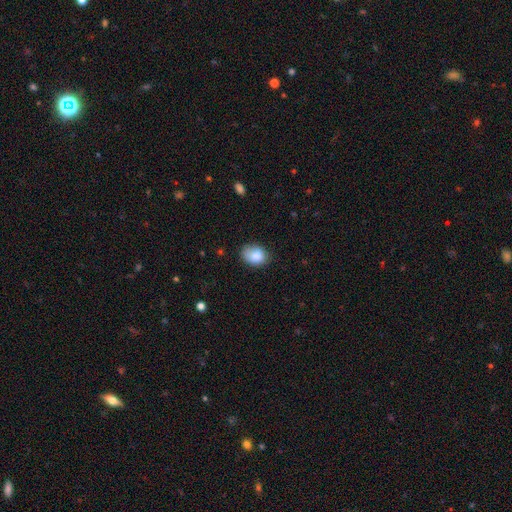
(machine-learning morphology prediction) smooth-or-featured: smooth: 85% | star or artifact: 8% | featured or disk: 7%
  how-rounded: in between: 67% | round: 32% | cigar-shaped: 1%
  merging: none: 69% | minor disturbance: 24% | major disturbance: 5% | merger: 2%